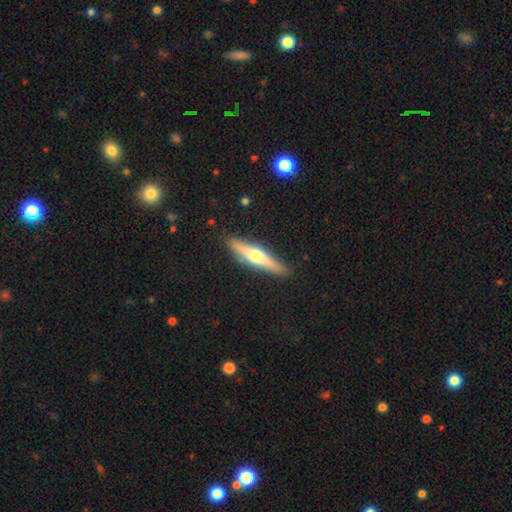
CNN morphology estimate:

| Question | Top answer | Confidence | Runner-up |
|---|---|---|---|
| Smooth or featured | featured or disk | 57% | smooth (38%) |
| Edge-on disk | yes | 94% | no (6%) |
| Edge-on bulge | rounded | 90% | boxy (5%) |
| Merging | none | 88% | minor disturbance (8%) |